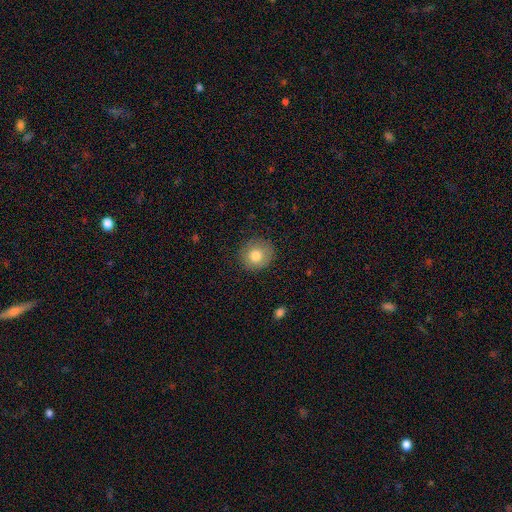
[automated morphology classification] smooth_or_featured: smooth (p=0.80) [alt: featured or disk p=0.10]
how_rounded: round (p=0.88) [alt: in between p=0.11]
merging: none (p=0.86) [alt: minor disturbance p=0.10]